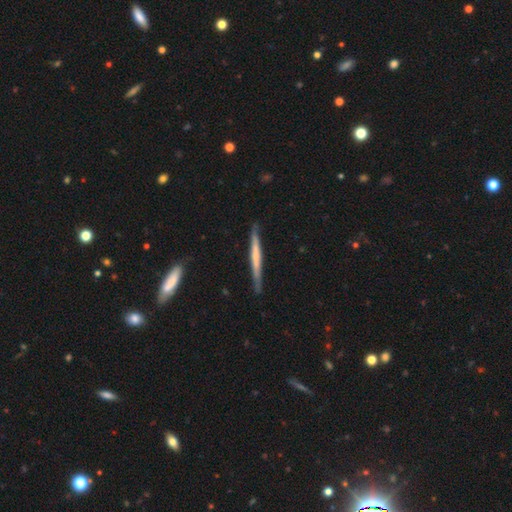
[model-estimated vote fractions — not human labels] smooth_or_featured: featured or disk (p=0.54) [alt: smooth p=0.41]
disk_edge_on: yes (p=0.96) [alt: no p=0.04]
edge_on_bulge: none (p=0.63) [alt: rounded p=0.25]
merging: none (p=0.83) [alt: minor disturbance p=0.13]